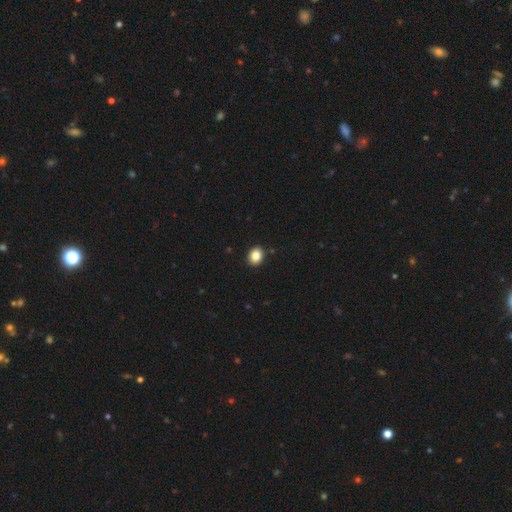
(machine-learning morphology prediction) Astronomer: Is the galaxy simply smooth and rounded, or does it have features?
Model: smooth — 86%.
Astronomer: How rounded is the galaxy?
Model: round — 57% (runner-up: in between, 42%).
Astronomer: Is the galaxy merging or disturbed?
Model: none — 91%.